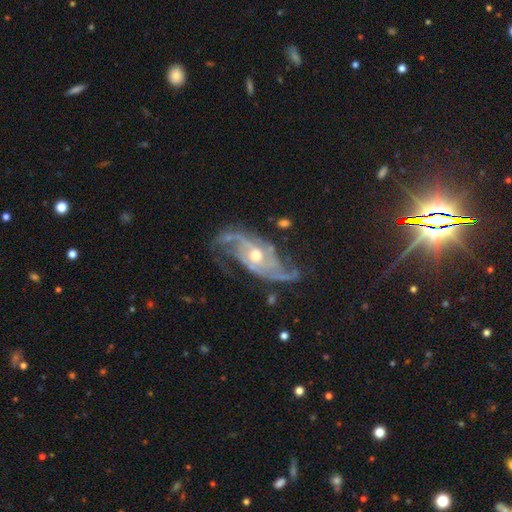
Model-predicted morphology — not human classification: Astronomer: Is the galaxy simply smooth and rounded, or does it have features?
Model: featured or disk — 92%.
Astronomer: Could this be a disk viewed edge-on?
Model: no — 96%.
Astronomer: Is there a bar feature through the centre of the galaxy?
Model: no — 60%.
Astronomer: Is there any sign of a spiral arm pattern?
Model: yes — 98%.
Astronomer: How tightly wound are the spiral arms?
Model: medium — 47% (runner-up: loose, 29%).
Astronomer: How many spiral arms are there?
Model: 2 — 59%.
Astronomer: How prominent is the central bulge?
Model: moderate — 60% (runner-up: small, 36%).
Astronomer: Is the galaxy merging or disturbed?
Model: none — 65%.